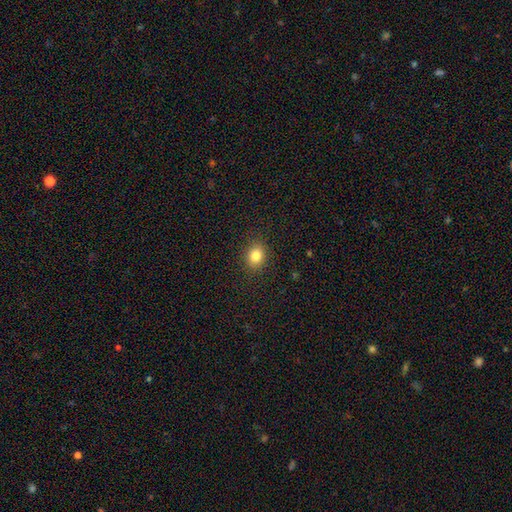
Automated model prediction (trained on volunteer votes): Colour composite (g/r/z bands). It shows a smooth galaxy with no disk features (83%) that is round (56%). Merging: none (89%).